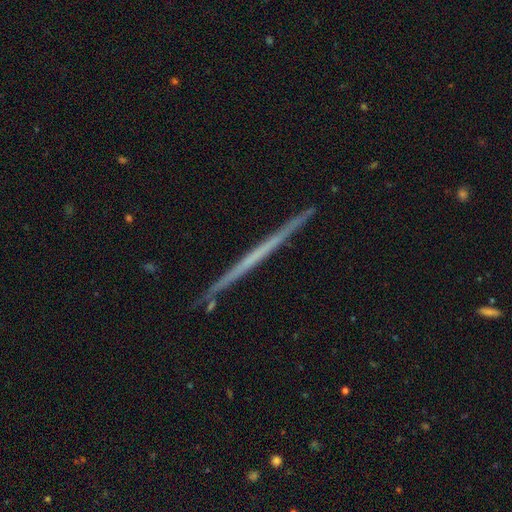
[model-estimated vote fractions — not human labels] Q: Smooth or featured?
A: featured or disk (64%); runner-up: smooth (30%)
Q: Edge-on disk?
A: yes (98%); runner-up: no (2%)
Q: Edge-on bulge?
A: none (92%); runner-up: rounded (5%)
Q: Merging?
A: none (92%); runner-up: minor disturbance (6%)